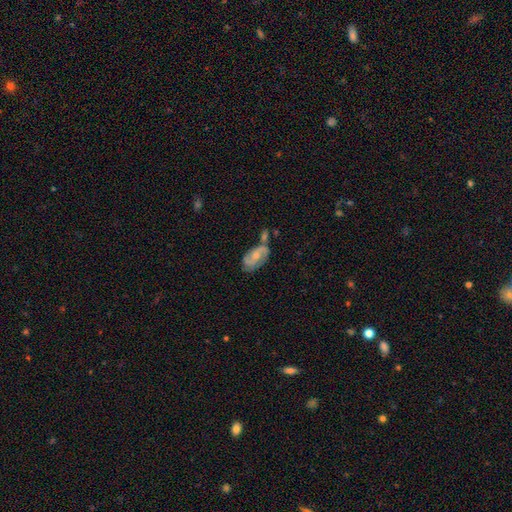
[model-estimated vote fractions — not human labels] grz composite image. It shows a featured or disk galaxy (67%) with no bar (58%), 2 (76%) medium (46%) spiral arms (90%) and a small central bulge (49%). Merging: none (45%).